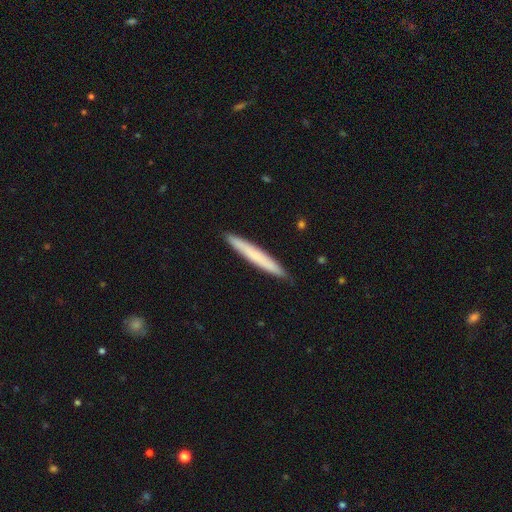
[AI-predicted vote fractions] This is likely a smooth galaxy (66%). How rounded: clearly cigar-shaped (96%). Merging: clearly none (90%).